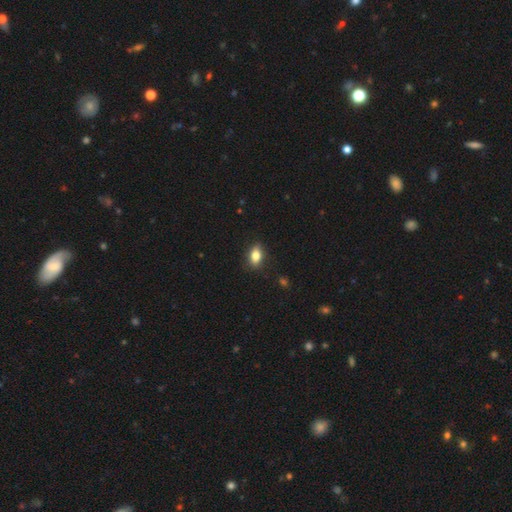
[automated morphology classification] type=smooth (81%); roundness=in between (83%); merging=none (84%).